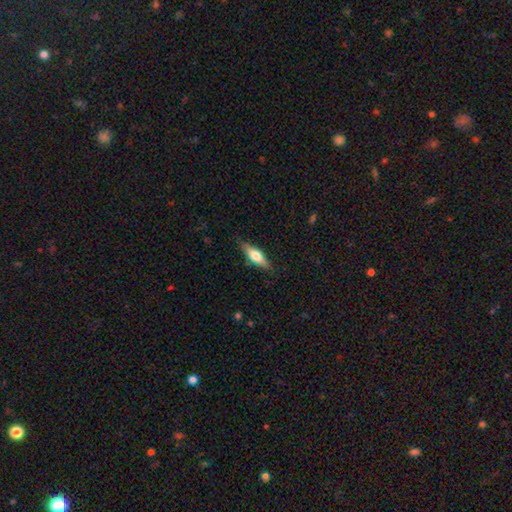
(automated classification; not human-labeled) smooth-or-featured: smooth: 58% | featured or disk: 36% | star or artifact: 6%
  how-rounded: in between: 50% | cigar-shaped: 47% | round: 2%
  merging: none: 82% | minor disturbance: 14% | major disturbance: 3% | merger: 1%